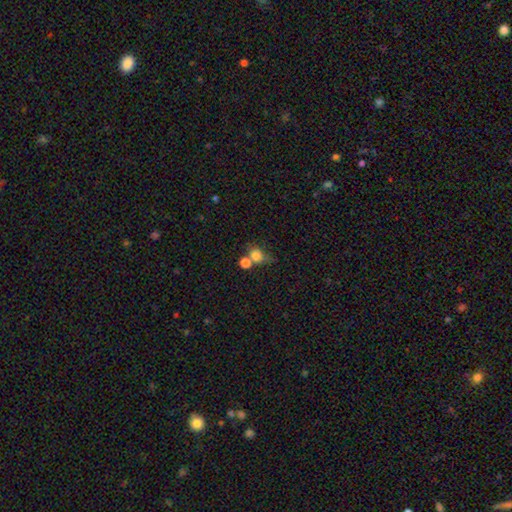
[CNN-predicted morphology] Smooth or featured?
  - smooth: 78% *
  - star or artifact: 12%
  - featured or disk: 10%
How rounded?
  - round: 67% *
  - in between: 31%
  - cigar-shaped: 2%
Merging?
  - none: 40% *
  - merger: 37%
  - minor disturbance: 14%
  - major disturbance: 9%